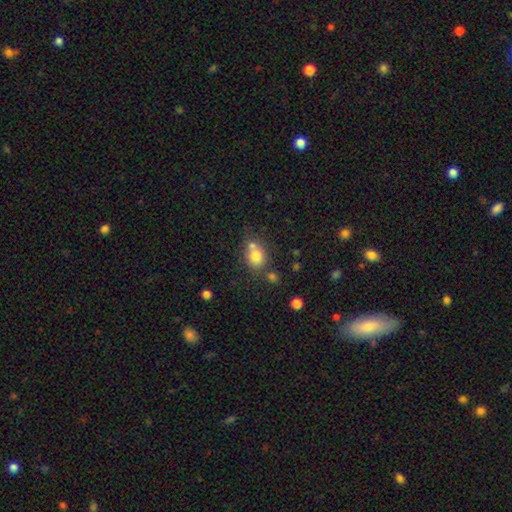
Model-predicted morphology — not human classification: A smooth galaxy with no disk features (77%) that is round (58%).

Vote fractions:
- Smooth or featured? smooth: 77% / featured or disk: 12% / star or artifact: 11%
- How rounded? round: 58% / in between: 41% / cigar-shaped: 1%
- Merging? none: 47% / merger: 34% / minor disturbance: 13% / major disturbance: 5%